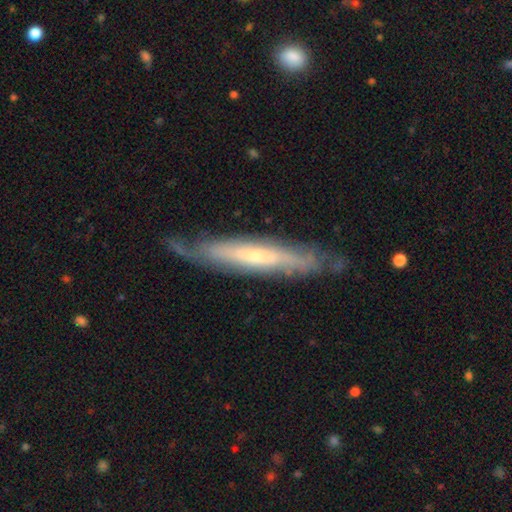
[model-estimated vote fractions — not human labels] Morphology: type=featured or disk (69%); edge-on=yes (65%); merging=none (71%).